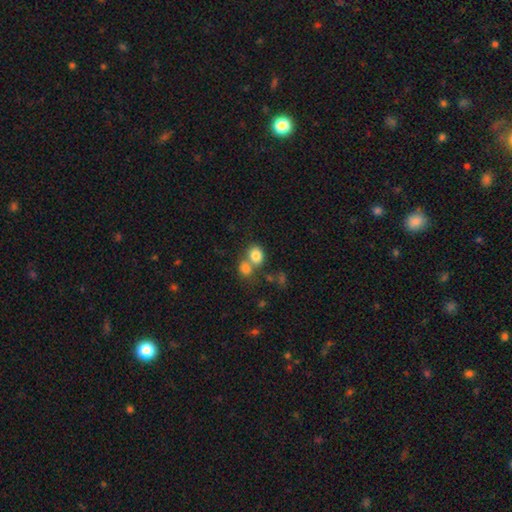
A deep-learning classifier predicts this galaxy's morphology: smooth_or_featured: smooth (p=0.81) [alt: star or artifact p=0.10]
how_rounded: round (p=0.62) [alt: in between p=0.37]
merging: merger (p=0.45) [alt: none p=0.43]